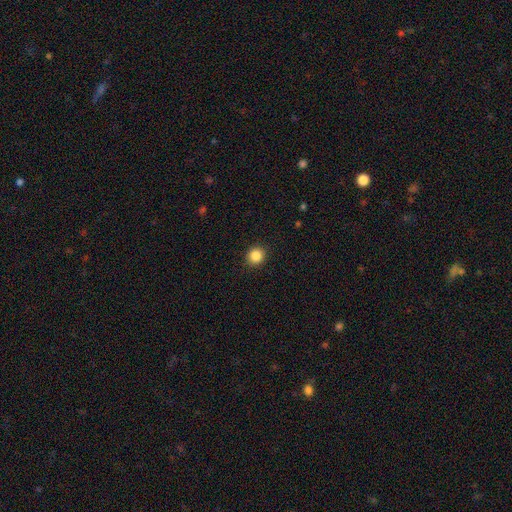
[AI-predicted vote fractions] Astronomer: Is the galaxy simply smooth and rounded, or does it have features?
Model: smooth — 86%.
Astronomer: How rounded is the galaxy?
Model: round — 88%.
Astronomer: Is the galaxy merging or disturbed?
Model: none — 91%.